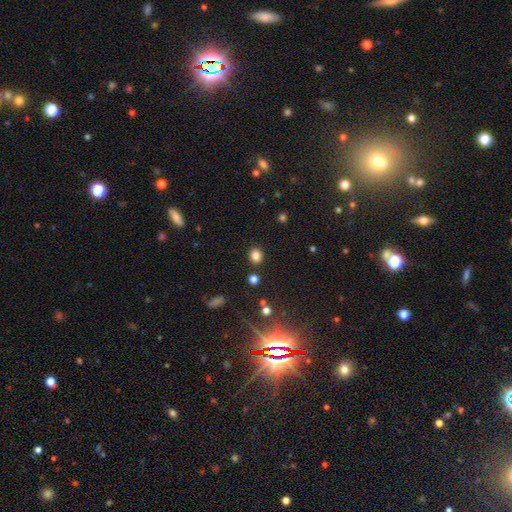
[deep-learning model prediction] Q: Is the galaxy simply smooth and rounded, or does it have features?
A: smooth — 82%.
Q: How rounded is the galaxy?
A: round — 68%.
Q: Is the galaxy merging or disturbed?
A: none — 87%.